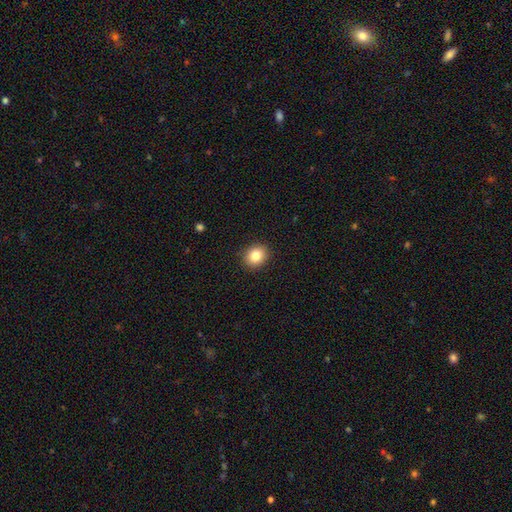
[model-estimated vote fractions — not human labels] smooth-or-featured: smooth: 84% | star or artifact: 10% | featured or disk: 6%
  how-rounded: round: 72% | in between: 27% | cigar-shaped: 1%
  merging: none: 91% | minor disturbance: 7% | major disturbance: 2% | merger: 1%